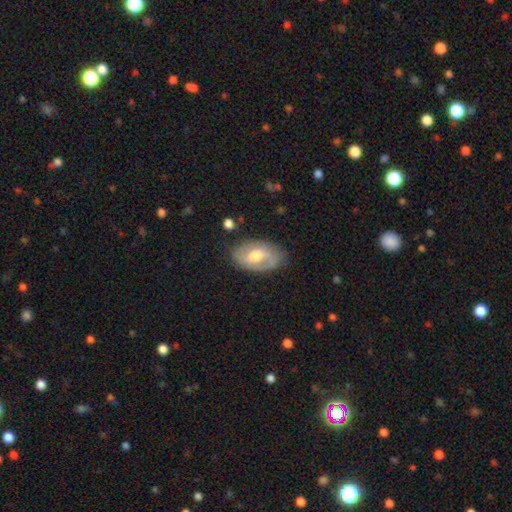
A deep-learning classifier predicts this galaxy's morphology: type=featured or disk (68%); edge-on=no (95%); bar=weak (50%); spiral arms=yes (79%); winding=medium (44%); arm count=2 (75%); bulge=moderate (69%); merging=none (77%).